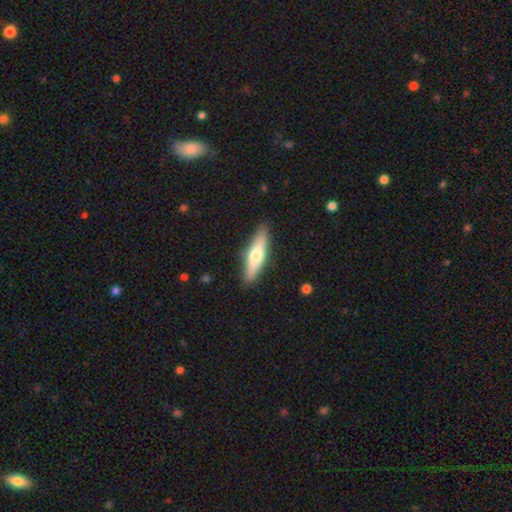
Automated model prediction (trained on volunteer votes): Smooth or featured? Predicted: smooth (p=0.58). How rounded? Predicted: cigar-shaped (p=0.72). Merging? Predicted: none (p=0.88).